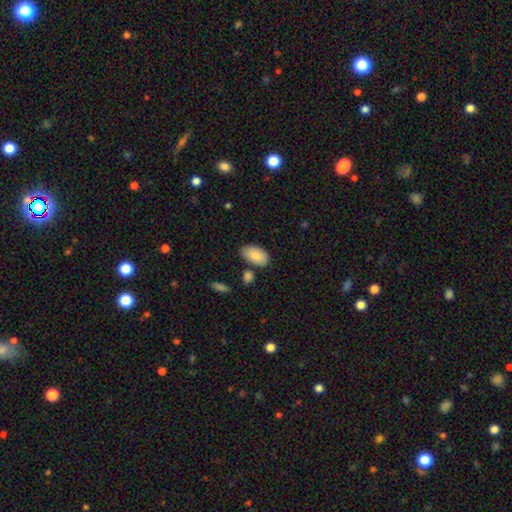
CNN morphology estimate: This appears to be a smooth galaxy with no disk features (84%) that is in between round and cigar-shaped (95%). Merging: none (75%).